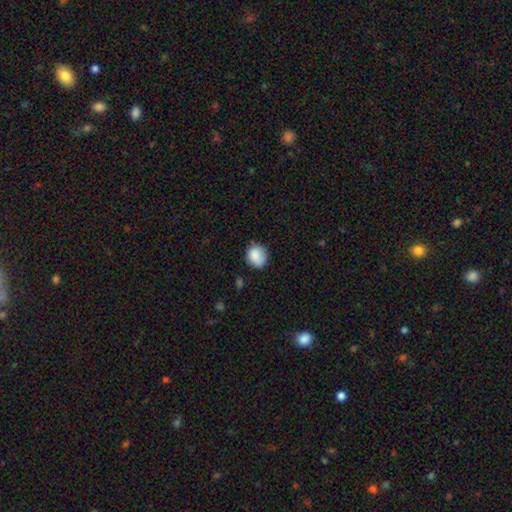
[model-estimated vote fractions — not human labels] smooth-or-featured: smooth: 87% | star or artifact: 8% | featured or disk: 5%
  how-rounded: round: 78% | in between: 21% | cigar-shaped: 1%
  merging: none: 74% | minor disturbance: 20% | major disturbance: 4% | merger: 2%